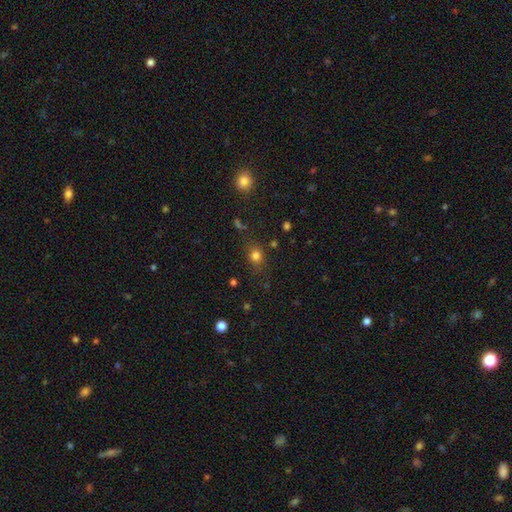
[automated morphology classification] This is likely a smooth galaxy (76%). How rounded: likely round (69%). Merging: likely none (79%).